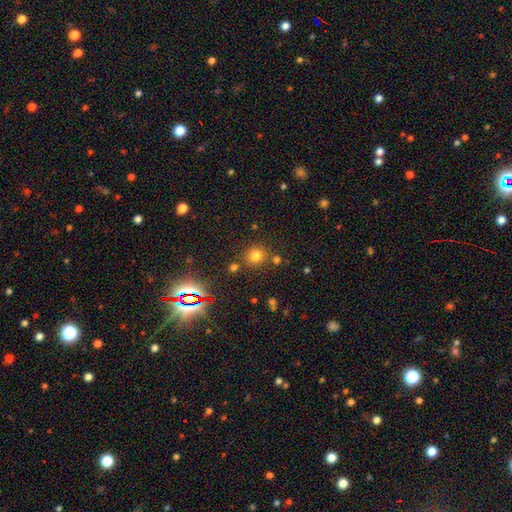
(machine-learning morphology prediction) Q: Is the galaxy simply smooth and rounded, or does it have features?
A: smooth — 74%.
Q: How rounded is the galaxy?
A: round — 89%.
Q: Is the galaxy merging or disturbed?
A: none — 77%.